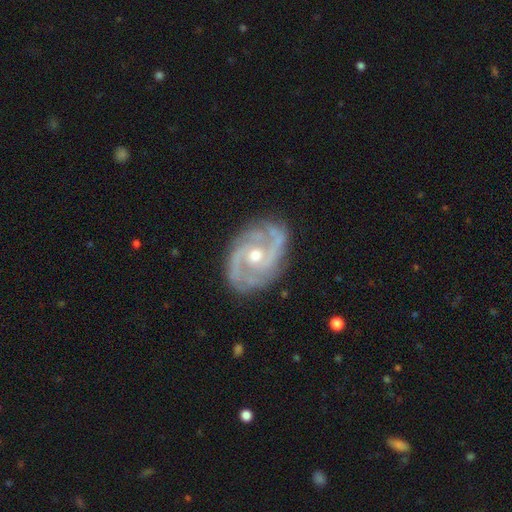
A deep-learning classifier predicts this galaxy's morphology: A featured or disk galaxy (91%) with no bar (64%), 2 (54%) medium (46%, tied with tight) spiral arms (97%) and a moderate central bulge (67%).

Vote fractions:
- Smooth or featured? featured or disk: 91% / smooth: 5% / star or artifact: 5%
- Edge-on disk? no: 97% / yes: 3%
- Bar? no: 64% / weak: 29% / strong: 7%
- Spiral arms? yes: 97% / no: 3%
- Spiral winding? medium: 46% (tied) / tight: 46% (tied) / loose: 9%
- Spiral arm count? 2: 54% / 3: 24% / can't tell: 9% / 4: 5% / 1: 4% / more than 4: 4%
- Bulge size? moderate: 67% / small: 28% / large: 3% / none: 1% / dominant: 1%
- Merging? none: 79% / minor disturbance: 15% / major disturbance: 4% / merger: 1%